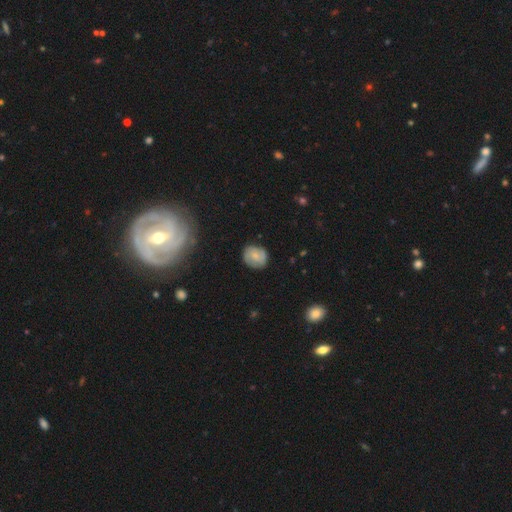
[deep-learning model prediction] The model was most divided on "smooth or featured": smooth: 52%, featured or disk: 41%, star or artifact: 8%. More confident: merging — none (79%); how rounded — round (66%).